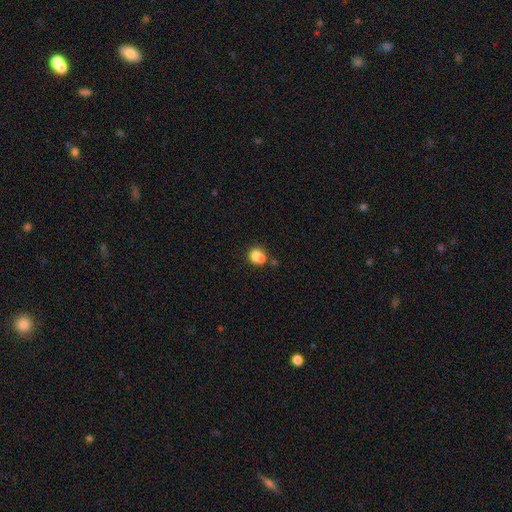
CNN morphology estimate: Smooth or featured? Predicted: smooth (p=0.72). How rounded? Predicted: round (p=0.54). Merging? Predicted: merger (p=0.50).